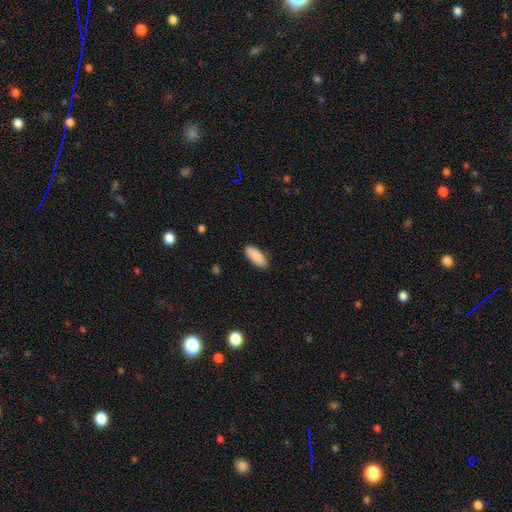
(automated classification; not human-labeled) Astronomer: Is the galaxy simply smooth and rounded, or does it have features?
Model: smooth — 90%.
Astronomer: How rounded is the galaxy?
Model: in between — 84%.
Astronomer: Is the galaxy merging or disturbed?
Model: none — 88%.